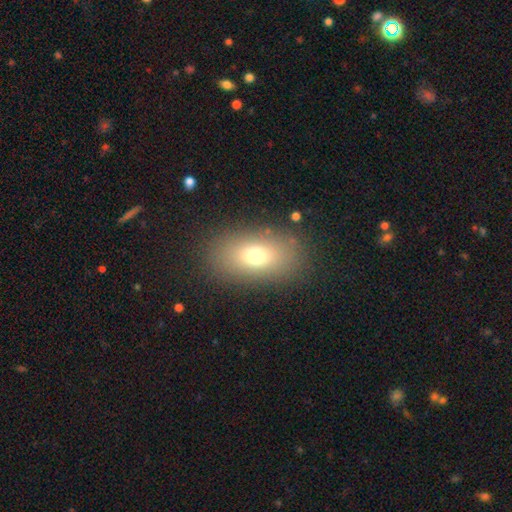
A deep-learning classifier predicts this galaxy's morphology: This appears to be a smooth galaxy with no disk features (73%) that is in between round and cigar-shaped (87%). Merging: none (86%).